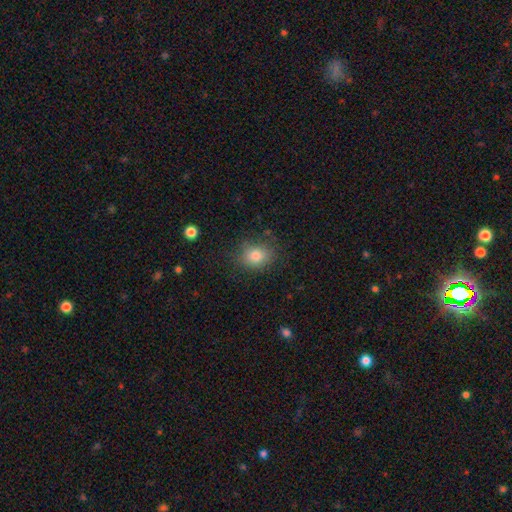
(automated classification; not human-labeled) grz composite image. It shows a smooth galaxy with no disk features (80%) that is round (53%). Merging: none (78%).